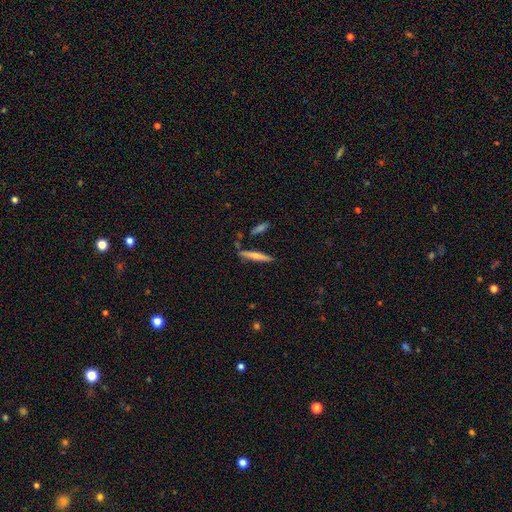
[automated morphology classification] The model was most divided on "smooth or featured": smooth: 63%, featured or disk: 31%, star or artifact: 6%. More confident: how rounded — cigar-shaped (93%); merging — none (82%).